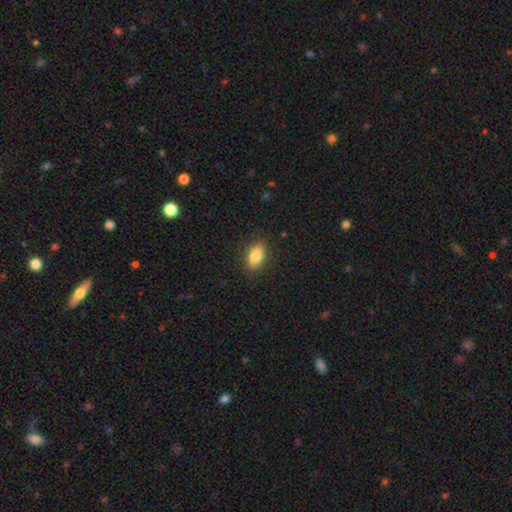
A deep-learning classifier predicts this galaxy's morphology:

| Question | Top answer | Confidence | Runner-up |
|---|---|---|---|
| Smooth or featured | smooth | 86% | star or artifact (8%) |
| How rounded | in between | 90% | round (7%) |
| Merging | none | 87% | minor disturbance (9%) |